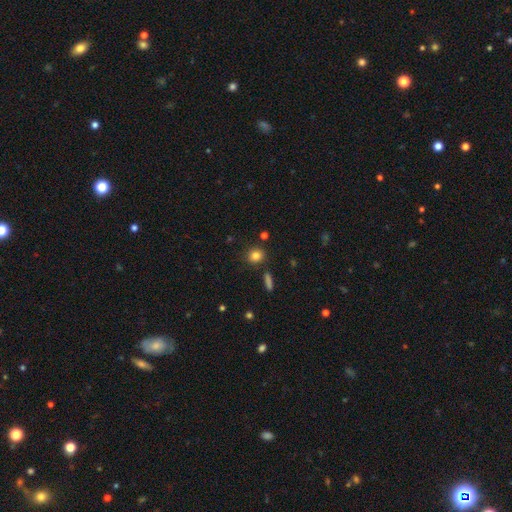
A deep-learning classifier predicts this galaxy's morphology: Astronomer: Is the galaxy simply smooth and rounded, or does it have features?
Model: smooth — 82%.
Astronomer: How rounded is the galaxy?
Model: round — 76%.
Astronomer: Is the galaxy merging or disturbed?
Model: none — 85%.